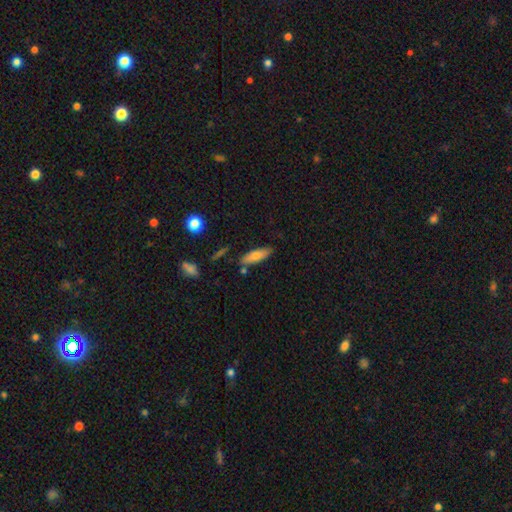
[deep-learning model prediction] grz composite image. It shows a smooth galaxy with no disk features (72%) that is in between round and cigar-shaped (49%). Merging: none (78%).